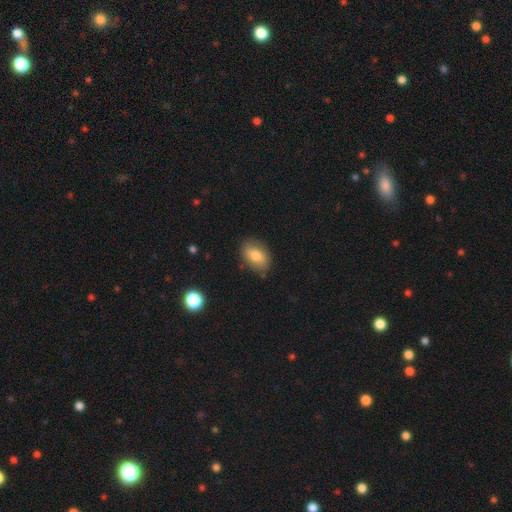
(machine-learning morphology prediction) type=smooth (77%); roundness=in between (86%); merging=none (79%).